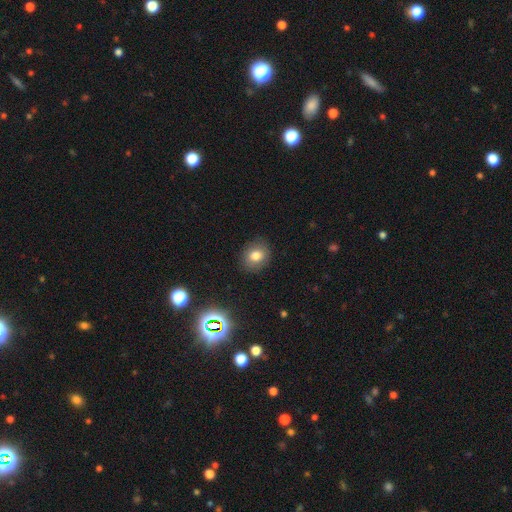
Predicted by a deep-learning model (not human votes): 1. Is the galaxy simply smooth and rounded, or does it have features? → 77% smooth, 12% star or artifact, 10% featured or disk.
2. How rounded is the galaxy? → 67% round, 32% in between, 1% cigar-shaped.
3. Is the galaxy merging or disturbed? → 87% none, 9% minor disturbance, 3% major disturbance, 1% merger.